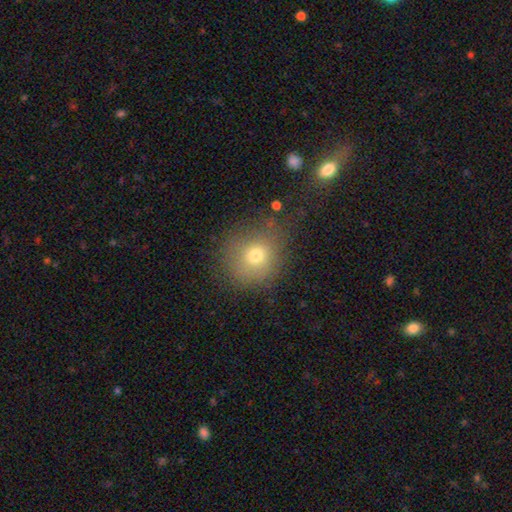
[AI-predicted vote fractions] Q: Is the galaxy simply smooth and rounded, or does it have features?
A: smooth — 71%.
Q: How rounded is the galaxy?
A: round — 85%.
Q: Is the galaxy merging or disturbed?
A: none — 72%.